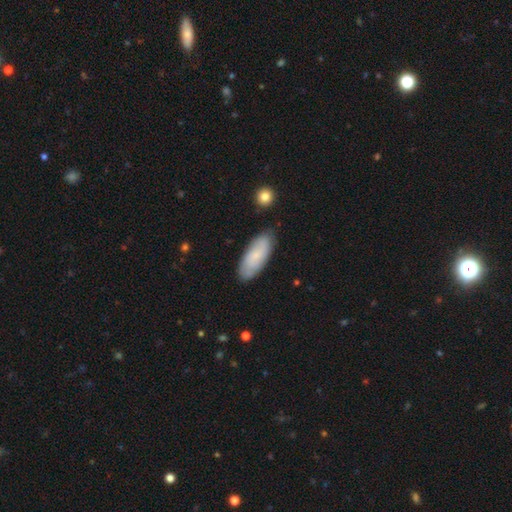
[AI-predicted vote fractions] Q: Smooth or featured?
A: smooth (59%); runner-up: featured or disk (34%)
Q: How rounded?
A: in between (80%); runner-up: cigar-shaped (18%)
Q: Merging?
A: none (81%); runner-up: minor disturbance (14%)